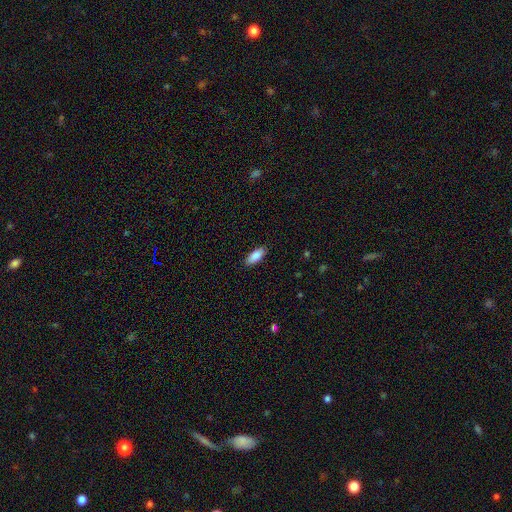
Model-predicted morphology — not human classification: This is clearly a smooth galaxy (89%). How rounded: likely in between (78%). Merging: clearly none (87%).